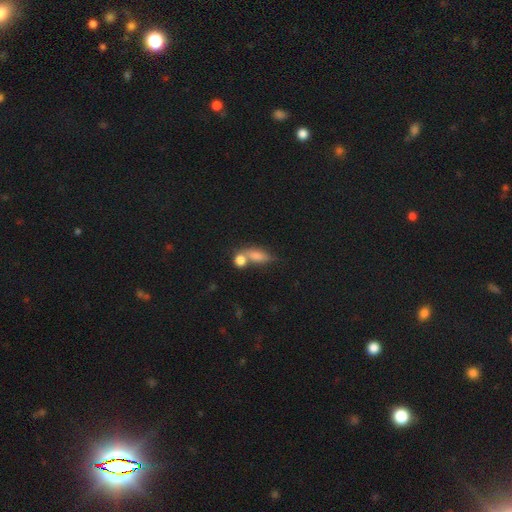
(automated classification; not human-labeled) Smooth or featured?
  - smooth: 74% *
  - featured or disk: 15%
  - star or artifact: 11%
How rounded?
  - in between: 67% *
  - cigar-shaped: 21%
  - round: 12%
Merging?
  - merger: 40% *
  - none: 38%
  - minor disturbance: 14%
  - major disturbance: 8%